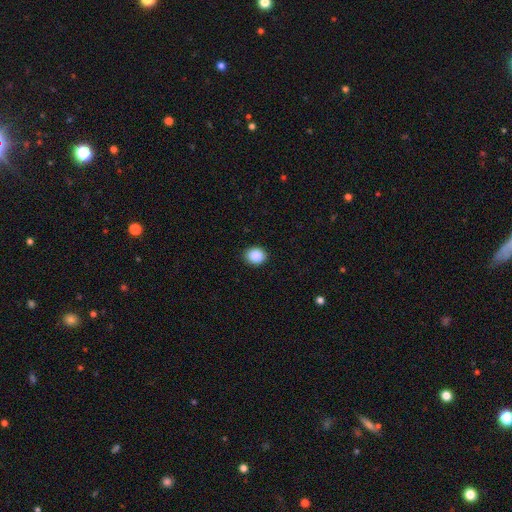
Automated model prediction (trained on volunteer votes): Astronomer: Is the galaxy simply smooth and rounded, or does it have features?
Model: smooth — 88%.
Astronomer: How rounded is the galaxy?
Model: round — 63%.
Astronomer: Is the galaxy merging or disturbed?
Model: none — 91%.